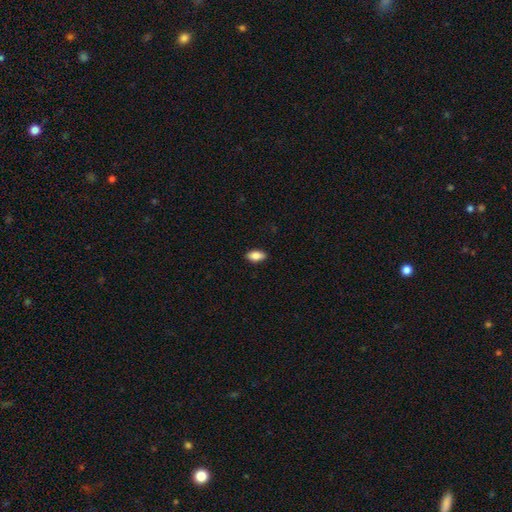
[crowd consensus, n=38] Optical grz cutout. It shows a smooth galaxy with no disk features (84%) that is in between round and cigar-shaped (88%). Merging: none (75%).